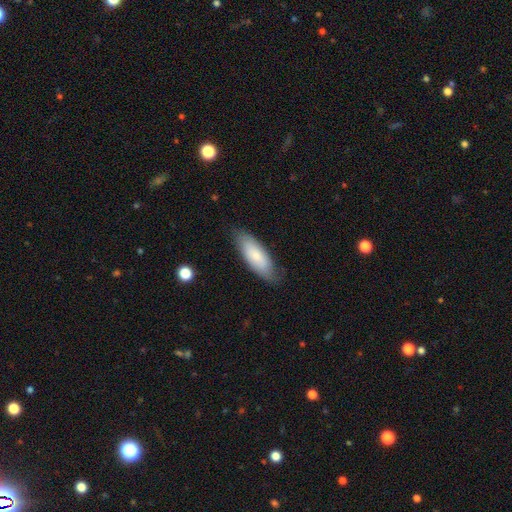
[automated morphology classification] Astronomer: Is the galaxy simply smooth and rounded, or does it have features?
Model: smooth — 73%.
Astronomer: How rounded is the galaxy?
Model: in between — 70%.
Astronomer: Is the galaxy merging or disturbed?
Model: none — 77%.